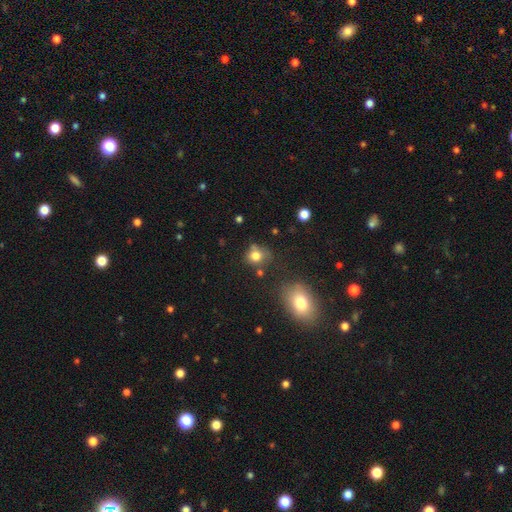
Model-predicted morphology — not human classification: A smooth galaxy with no disk features (79%) that is round (72%). Merging: none (62%).